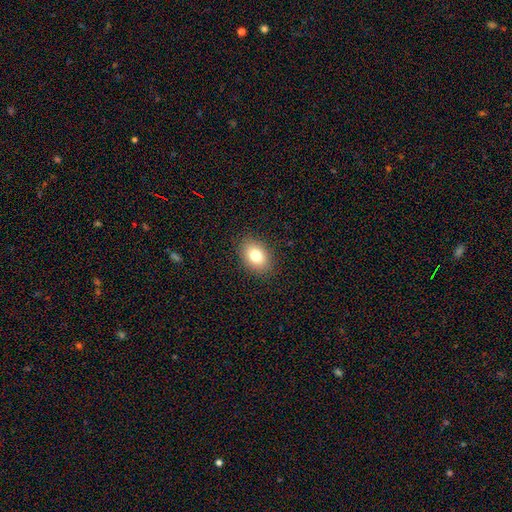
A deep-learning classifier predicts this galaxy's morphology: type=smooth (79%); roundness=in between (77%); merging=none (88%).